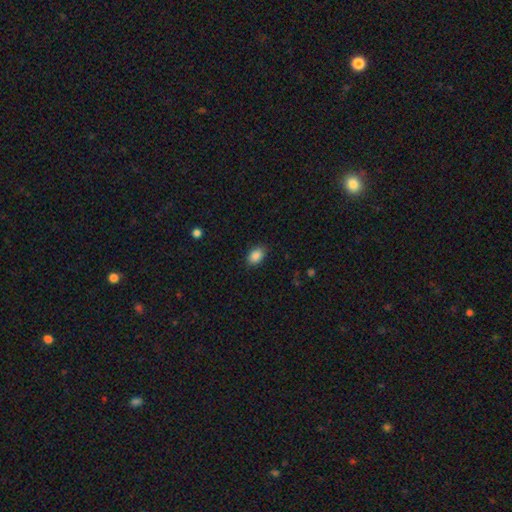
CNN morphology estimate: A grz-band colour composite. It shows a smooth galaxy with no disk features (88%) that is in between round and cigar-shaped (81%). Merging: none (85%).